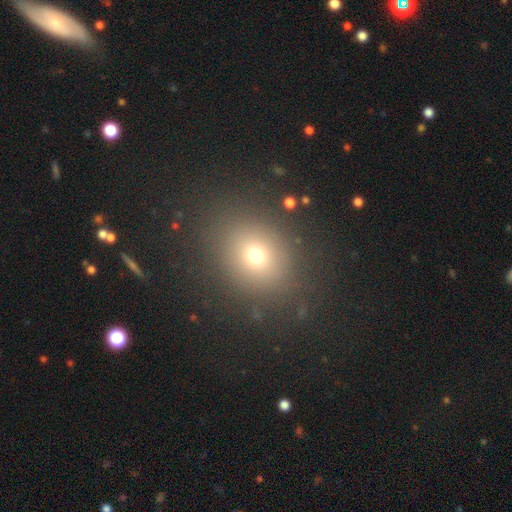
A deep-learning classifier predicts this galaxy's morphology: The model was most divided on "how rounded": round: 64%, in between: 35%, cigar-shaped: 1%. More confident: merging — none (84%); smooth or featured — smooth (69%).